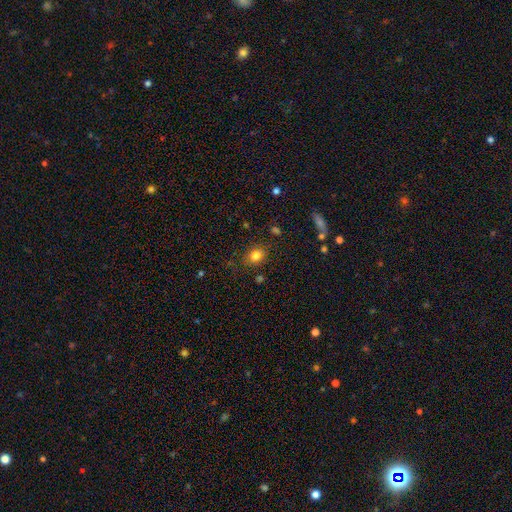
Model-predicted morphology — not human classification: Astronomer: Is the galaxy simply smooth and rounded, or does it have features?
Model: smooth — 82%.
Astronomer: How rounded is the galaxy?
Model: in between — 51% (runner-up: round, 47%).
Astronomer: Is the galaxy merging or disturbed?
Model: none — 82%.